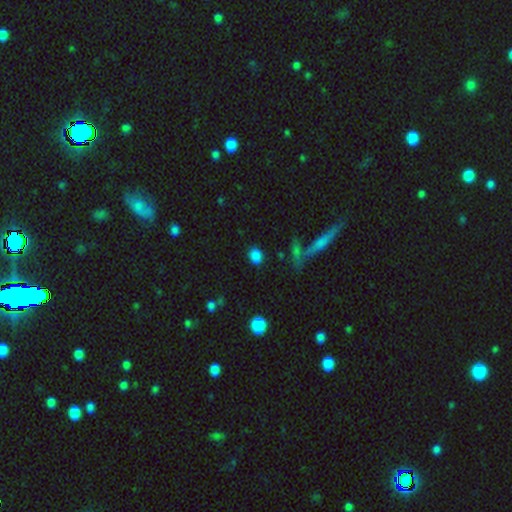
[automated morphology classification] A smooth galaxy with no disk features (83%) that is round (55%).

Vote fractions:
- Smooth or featured? smooth: 83% / star or artifact: 12% / featured or disk: 6%
- How rounded? round: 55% / in between: 43% / cigar-shaped: 3%
- Merging? none: 82% / minor disturbance: 10% / merger: 4% / major disturbance: 4%